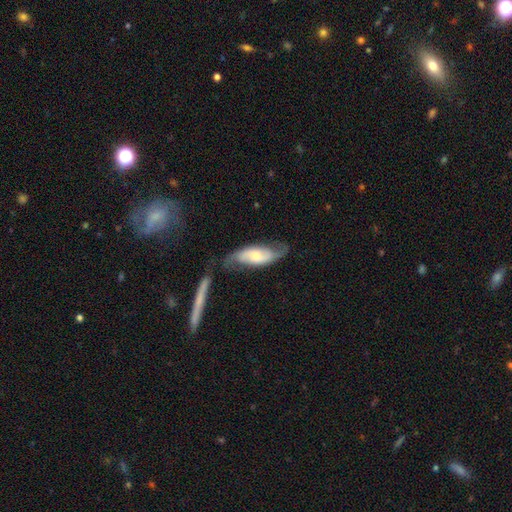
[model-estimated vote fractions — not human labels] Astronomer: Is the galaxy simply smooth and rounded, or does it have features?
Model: featured or disk — 64%.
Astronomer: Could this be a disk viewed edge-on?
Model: no — 87%.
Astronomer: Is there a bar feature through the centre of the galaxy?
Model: no — 59%.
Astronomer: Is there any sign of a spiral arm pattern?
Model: yes — 86%.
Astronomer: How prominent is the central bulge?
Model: moderate — 48% (runner-up: small, 43%).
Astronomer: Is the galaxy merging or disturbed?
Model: none — 58%.